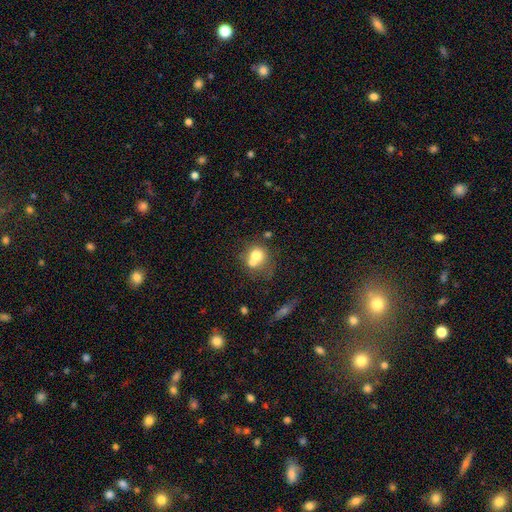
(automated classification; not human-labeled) Smooth or featured? Predicted: smooth (p=0.69). How rounded? Predicted: round (p=0.78). Merging? Predicted: merger (p=0.51).